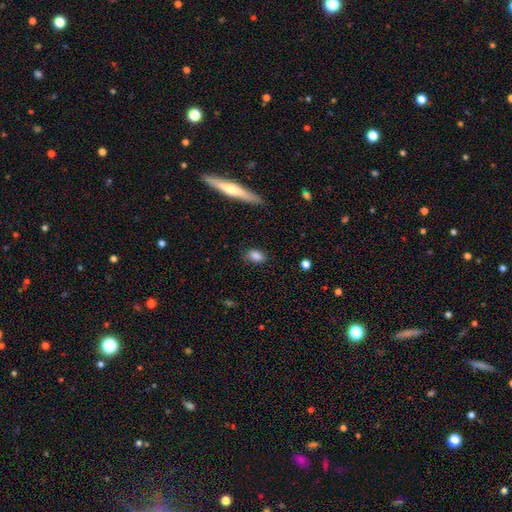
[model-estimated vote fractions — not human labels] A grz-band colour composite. It shows a smooth galaxy with no disk features (84%) that is in between round and cigar-shaped (79%). Merging: none (82%).